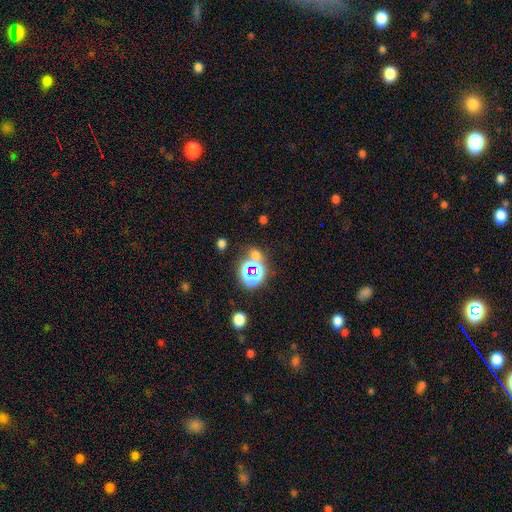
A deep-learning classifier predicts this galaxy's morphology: Q: Smooth or featured?
A: star or artifact (52%); runner-up: smooth (39%)